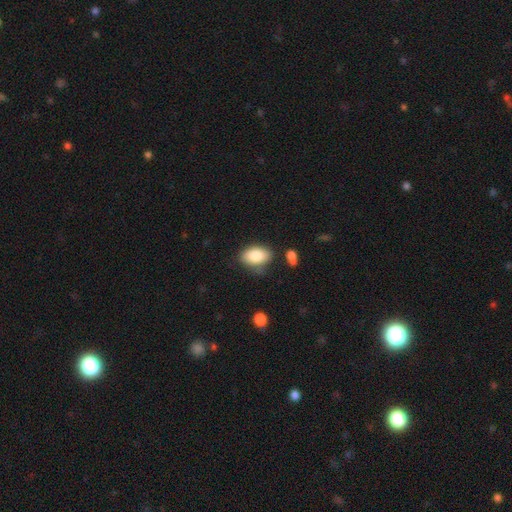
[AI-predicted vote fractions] A smooth galaxy with no disk features (85%) that is in between round and cigar-shaped (91%).

Vote fractions:
- Smooth or featured? smooth: 85% / featured or disk: 8% / star or artifact: 7%
- How rounded? in between: 91% / round: 8% / cigar-shaped: 2%
- Merging? none: 71% / minor disturbance: 20% / merger: 5% / major disturbance: 5%